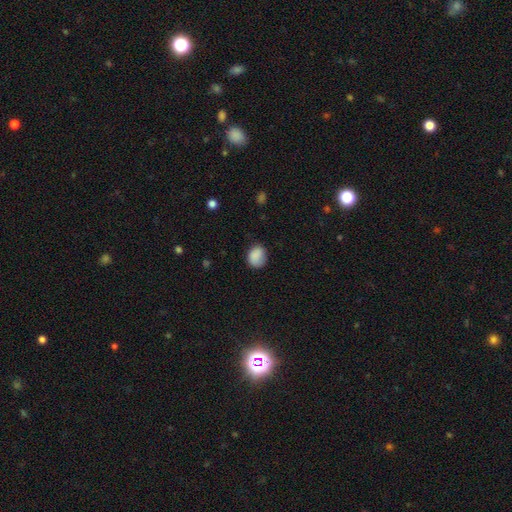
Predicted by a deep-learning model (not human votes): Morphology: type=smooth (86%); roundness=round (52%); merging=none (71%).